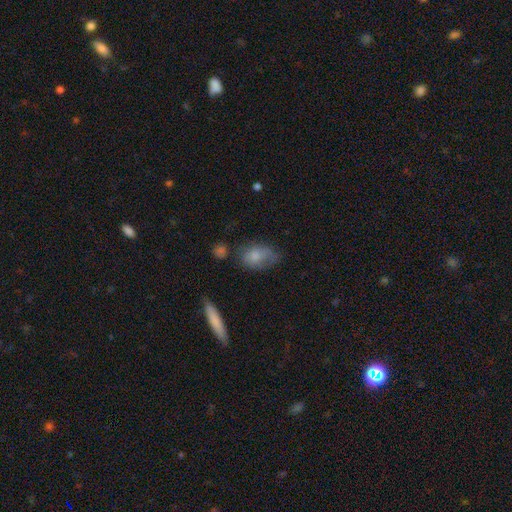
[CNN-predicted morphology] Smooth or featured? Predicted: smooth (p=0.74). How rounded? Predicted: in between (p=0.83). Merging? Predicted: none (p=0.44).